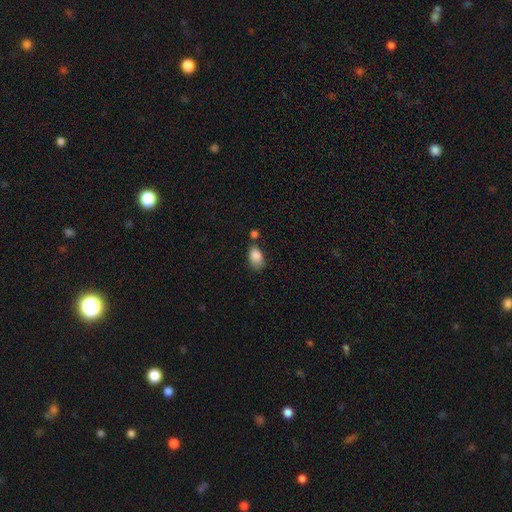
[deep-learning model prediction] Q: Smooth or featured?
A: smooth (86%); runner-up: star or artifact (8%)
Q: How rounded?
A: in between (89%); runner-up: round (9%)
Q: Merging?
A: none (50%); runner-up: minor disturbance (27%)